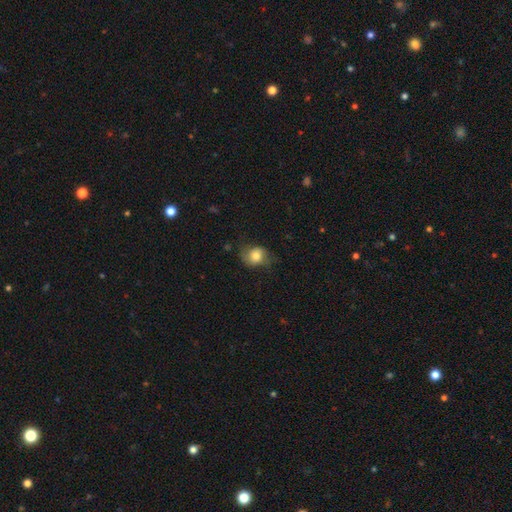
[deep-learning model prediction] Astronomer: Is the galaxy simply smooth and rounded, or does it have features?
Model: smooth — 72%.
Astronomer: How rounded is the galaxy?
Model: round — 60% (runner-up: in between, 39%).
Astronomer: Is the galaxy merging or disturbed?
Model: none — 61%.